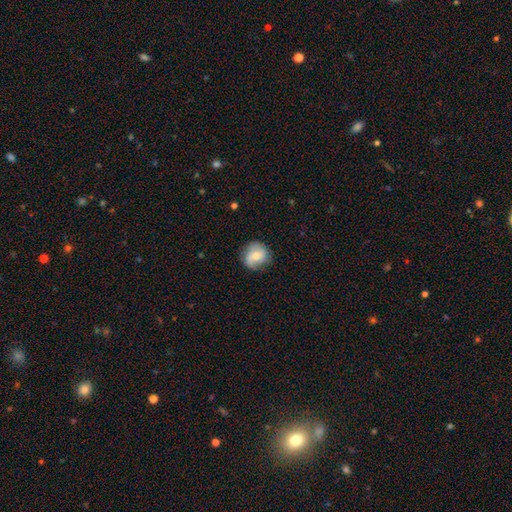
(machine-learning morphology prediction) Overall: smooth (58%; featured or disk 34%). How rounded: round (84%). Merging: none (72%).